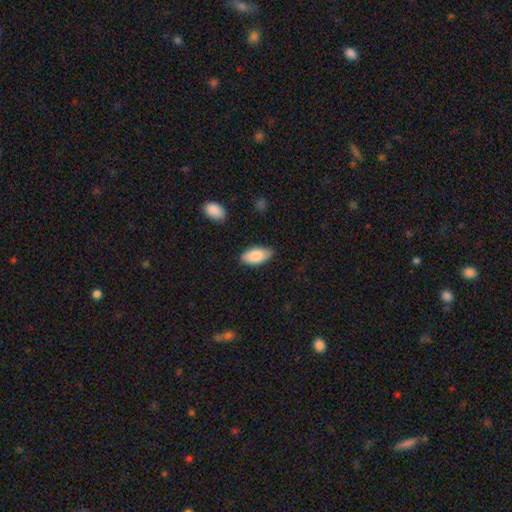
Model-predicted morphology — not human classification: smooth_or_featured: smooth (p=0.85) [alt: featured or disk p=0.09]
how_rounded: in between (p=0.93) [alt: cigar-shaped p=0.05]
merging: none (p=0.82) [alt: minor disturbance p=0.14]